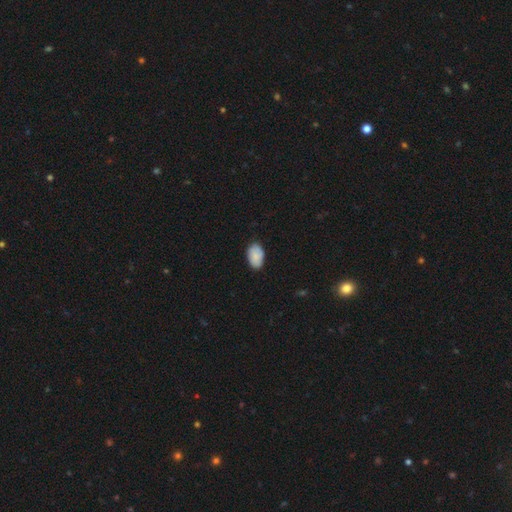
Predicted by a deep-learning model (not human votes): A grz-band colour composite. It shows a smooth galaxy with no disk features (86%) that is in between round and cigar-shaped (91%). Merging: none (80%).